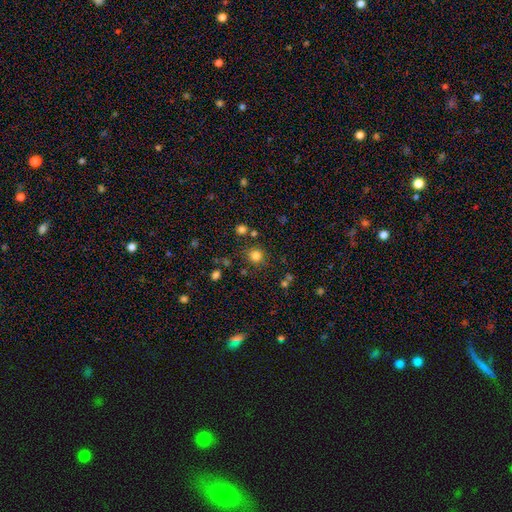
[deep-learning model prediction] This is clearly a smooth galaxy (81%). How rounded: clearly round (90%). Merging: clearly none (83%).